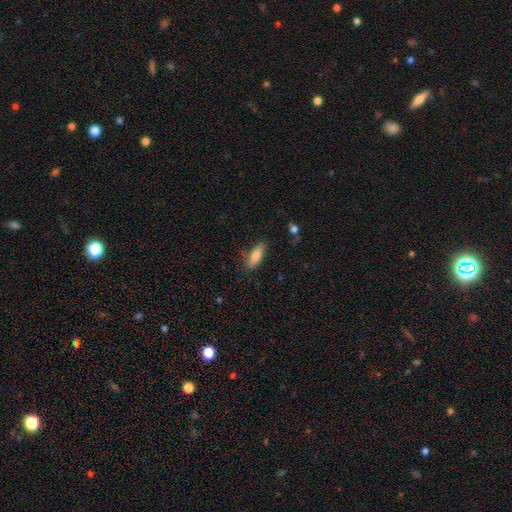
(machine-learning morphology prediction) Smooth or featured: smooth — 77% (featured or disk — 17%)
How rounded: in between — 58% (cigar-shaped — 40%)
Merging: none — 77% (minor disturbance — 17%)